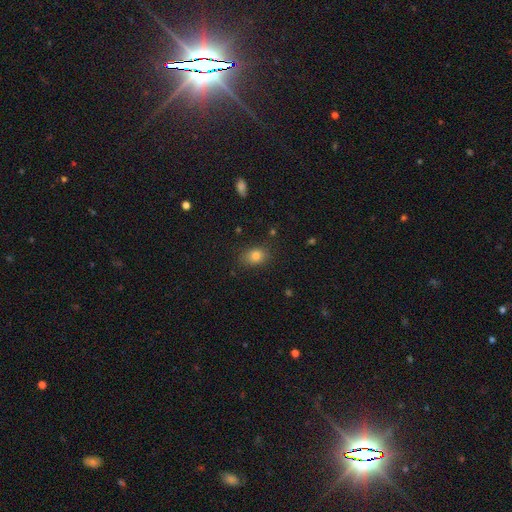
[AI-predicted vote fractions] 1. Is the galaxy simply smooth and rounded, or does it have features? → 81% smooth, 11% star or artifact, 7% featured or disk.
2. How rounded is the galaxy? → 64% in between, 34% round, 1% cigar-shaped.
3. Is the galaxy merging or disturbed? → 81% none, 14% minor disturbance, 4% major disturbance, 2% merger.